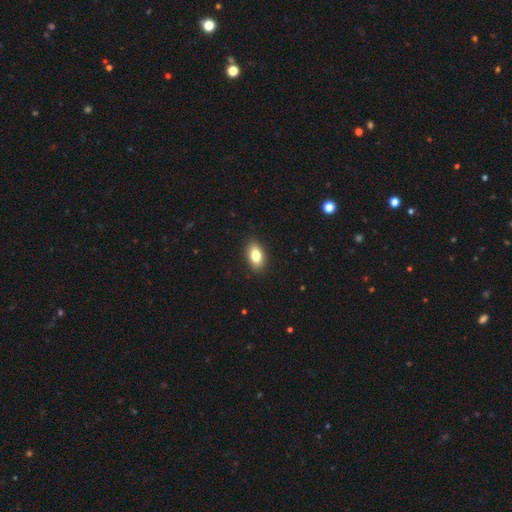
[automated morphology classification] smooth 80%, featured or disk 12%, star or artifact 8%. Down the decision tree: how rounded — in between (89%); merging — none (89%).